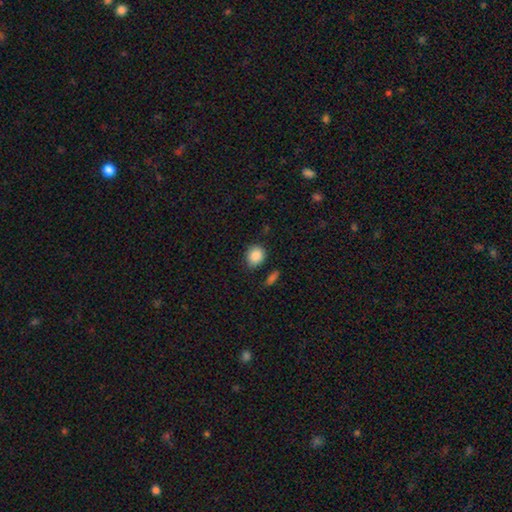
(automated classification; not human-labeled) smooth_or_featured: smooth (p=0.88) [alt: star or artifact p=0.09]
how_rounded: round (p=0.63) [alt: in between p=0.35]
merging: none (p=0.77) [alt: minor disturbance p=0.16]